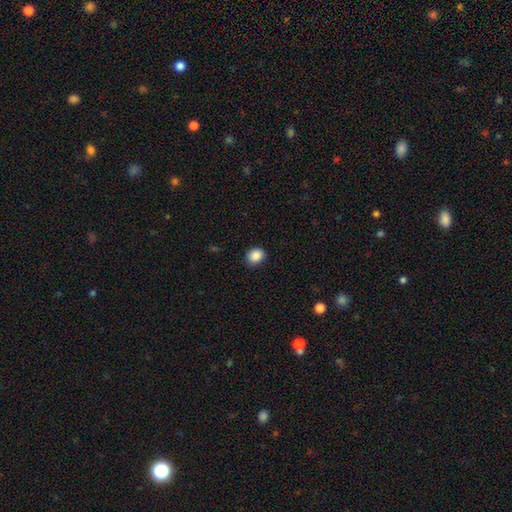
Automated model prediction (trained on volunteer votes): Smooth or featured: smooth — 88% (star or artifact — 9%)
How rounded: round — 61% (in between — 38%)
Merging: none — 86% (minor disturbance — 10%)